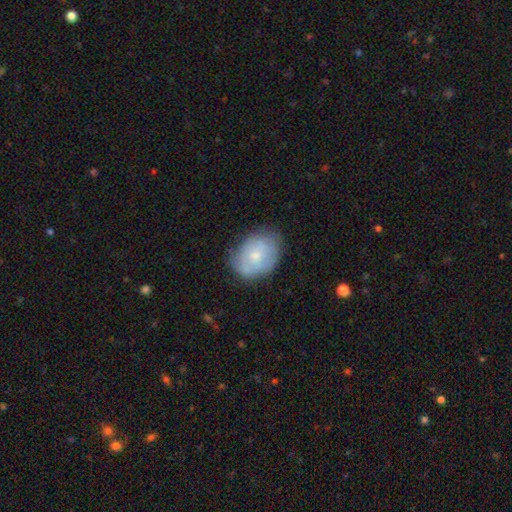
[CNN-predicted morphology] Smooth or featured? smooth (63%)
How rounded? in between (70%)
Merging? none (65%)